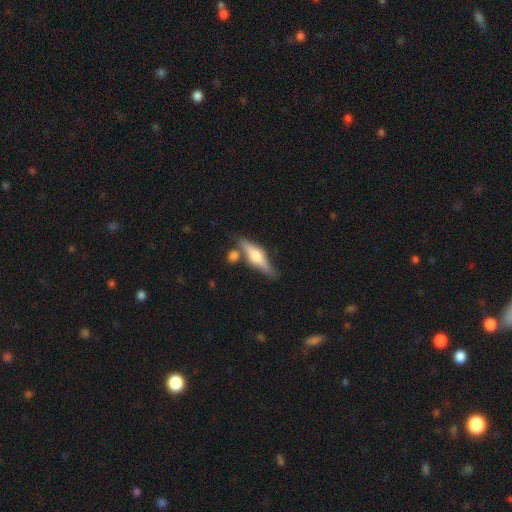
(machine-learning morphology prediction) This appears to be a featured or disk galaxy (62%) viewed edge-on (95%) with a rounded central bulge (88%). Merging: none (72%).